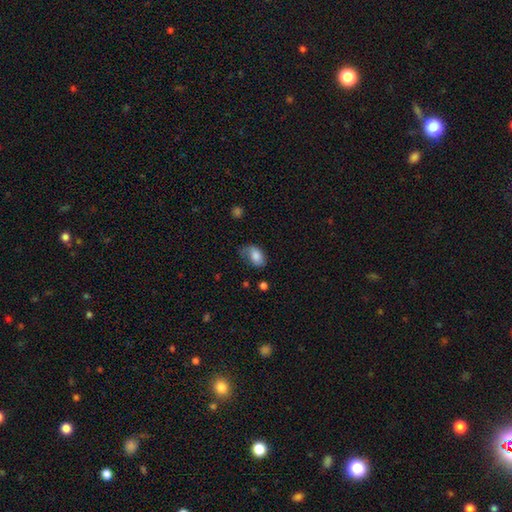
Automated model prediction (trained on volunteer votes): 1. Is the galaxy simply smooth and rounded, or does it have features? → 76% smooth, 16% featured or disk, 8% star or artifact.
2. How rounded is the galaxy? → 88% in between, 11% round, 2% cigar-shaped.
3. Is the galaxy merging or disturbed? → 50% none, 33% minor disturbance, 15% major disturbance, 3% merger.